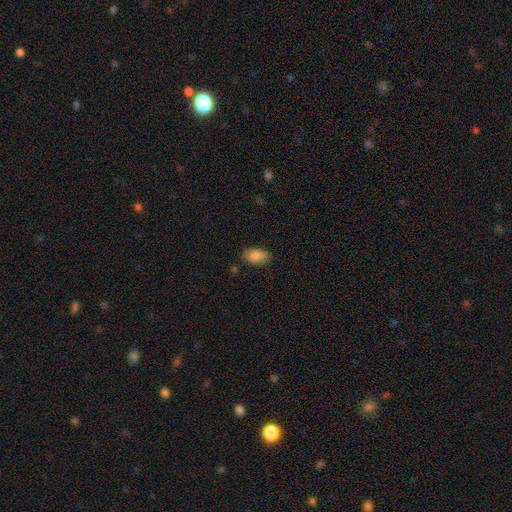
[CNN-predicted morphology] A smooth galaxy with no disk features (76%) that is in between round and cigar-shaped (89%).

Vote fractions:
- Smooth or featured? smooth: 76% / featured or disk: 16% / star or artifact: 8%
- How rounded? in between: 89% / round: 10% / cigar-shaped: 2%
- Merging? none: 75% / minor disturbance: 19% / major disturbance: 4% / merger: 2%